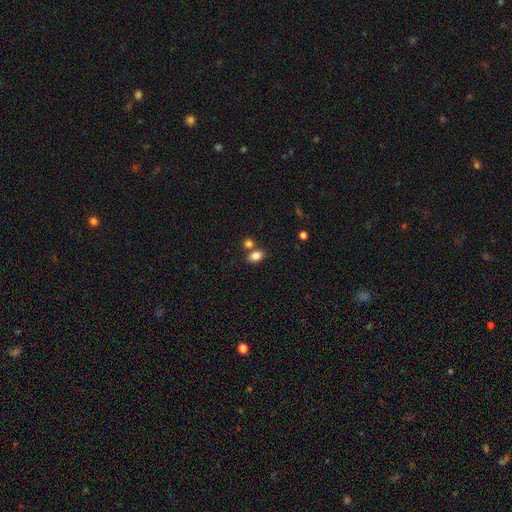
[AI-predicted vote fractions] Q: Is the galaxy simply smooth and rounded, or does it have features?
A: smooth — 83%.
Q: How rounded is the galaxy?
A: in between — 76%.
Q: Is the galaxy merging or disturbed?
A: none — 60%.